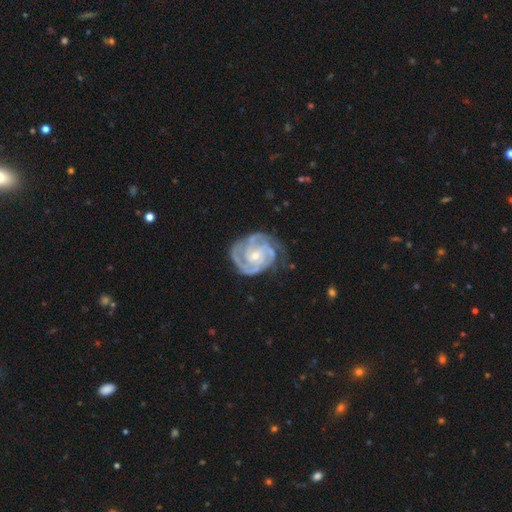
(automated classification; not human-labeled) Overall: featured or disk (90%). Edge-on disk: no (98%). Bar: no (60%; weak 32%). Spiral arms: yes (98%). Spiral arm count: 3 (39%; 2 24%). Spiral winding: tight (70%). Bulge size: small (59%; moderate 37%). Merging: none (65%).